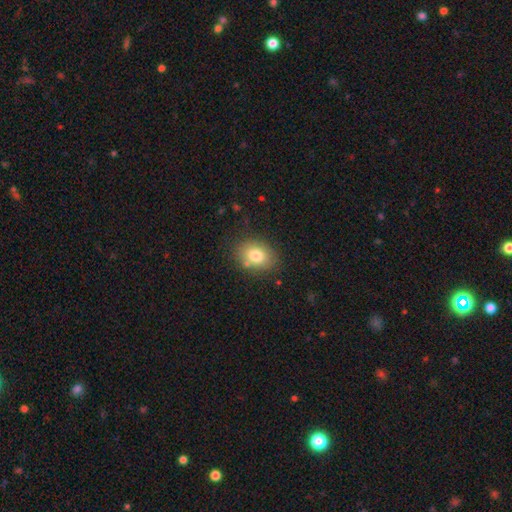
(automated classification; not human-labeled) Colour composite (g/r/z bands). It shows a smooth galaxy with no disk features (79%) that is in between round and cigar-shaped (68%). Merging: none (79%).